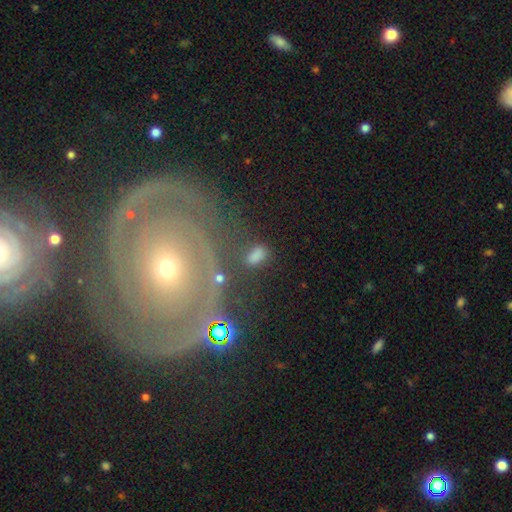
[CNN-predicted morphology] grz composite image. It shows a smooth galaxy with no disk features (73%) that is in between round and cigar-shaped (87%). Merging: none (65%).